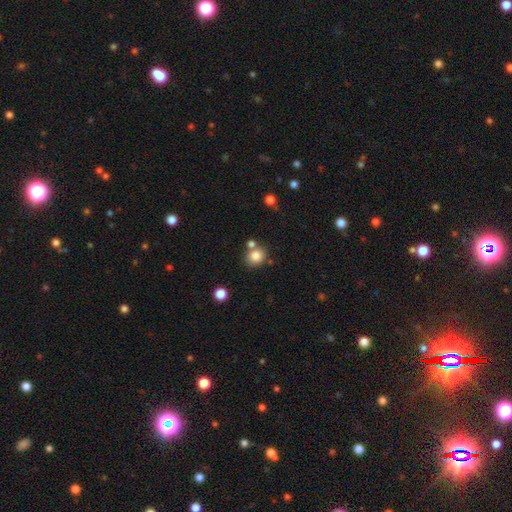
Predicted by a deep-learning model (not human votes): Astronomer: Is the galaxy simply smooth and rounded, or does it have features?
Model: smooth — 82%.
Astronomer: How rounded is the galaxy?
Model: round — 73%.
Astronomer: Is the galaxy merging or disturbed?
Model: none — 66%.